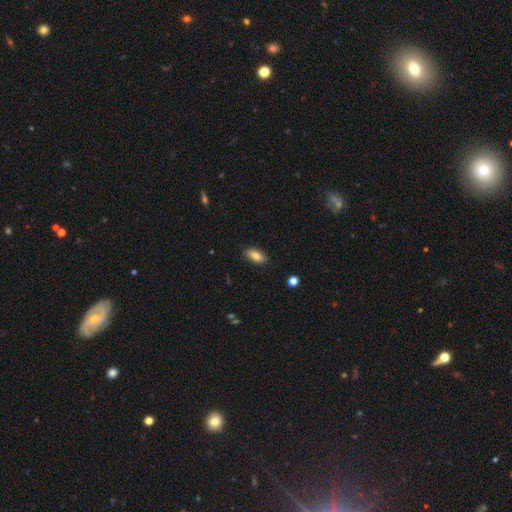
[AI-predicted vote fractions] smooth 82%, featured or disk 10%, star or artifact 7%. Down the decision tree: how rounded — in between (86%); merging — none (84%).